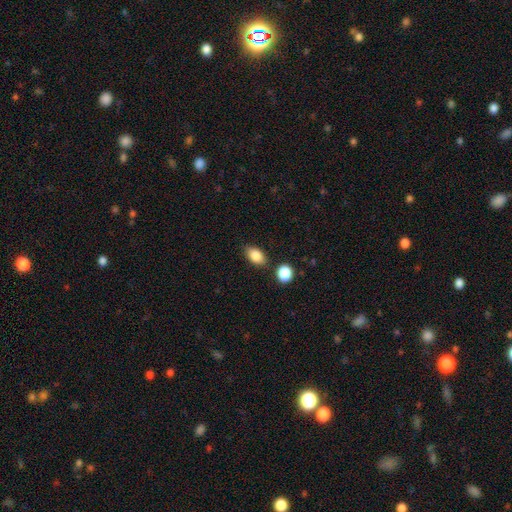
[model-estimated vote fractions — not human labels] The model was most divided on "merging": none: 79%, minor disturbance: 12%, merger: 7%, major disturbance: 3%. More confident: how rounded — in between (87%); smooth or featured — smooth (85%).